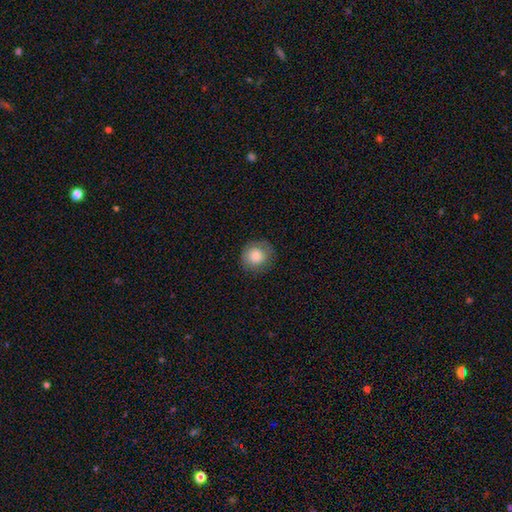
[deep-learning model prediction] A smooth galaxy with no disk features (81%) that is round (87%).

Vote fractions:
- Smooth or featured? smooth: 81% / featured or disk: 10% / star or artifact: 9%
- How rounded? round: 87% / in between: 12% / cigar-shaped: 1%
- Merging? none: 82% / minor disturbance: 13% / major disturbance: 4% / merger: 1%